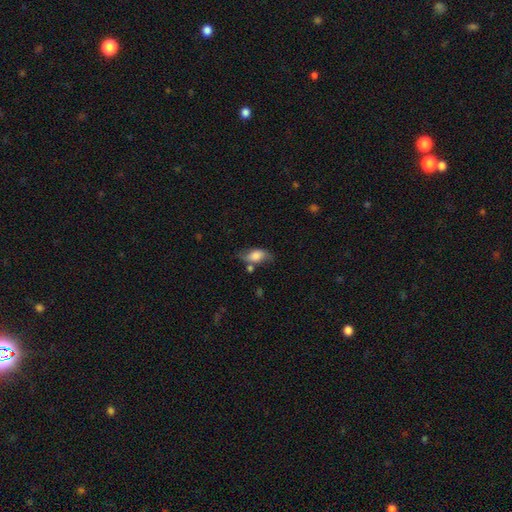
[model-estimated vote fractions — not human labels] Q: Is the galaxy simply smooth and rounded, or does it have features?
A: smooth — 62%.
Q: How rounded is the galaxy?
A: in between — 86%.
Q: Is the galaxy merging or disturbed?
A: none — 56%.